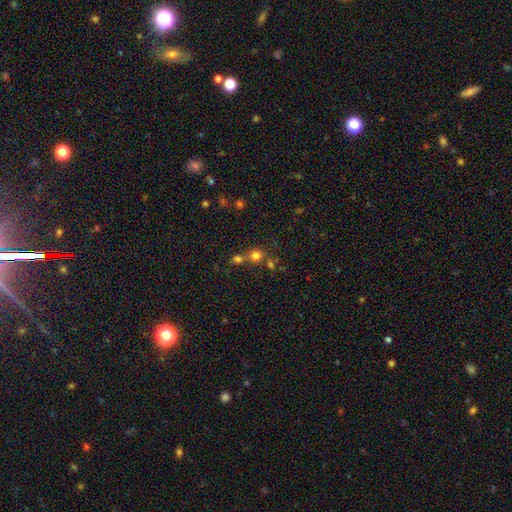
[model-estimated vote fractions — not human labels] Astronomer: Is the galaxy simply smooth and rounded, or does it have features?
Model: smooth — 74%.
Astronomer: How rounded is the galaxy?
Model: round — 88%.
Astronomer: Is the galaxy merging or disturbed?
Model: none — 56% (runner-up: merger, 34%).